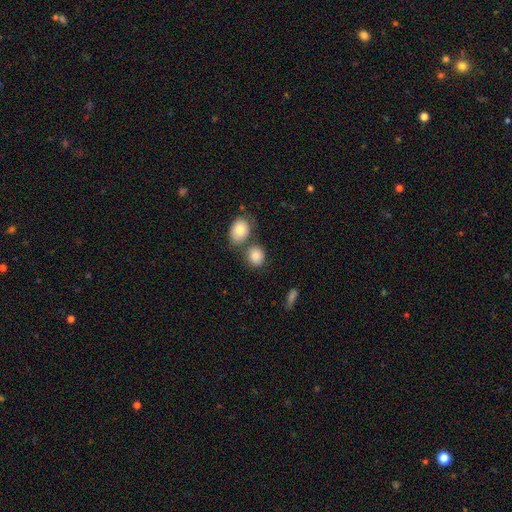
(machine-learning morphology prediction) Overall: smooth (85%). How rounded: round (63%; in between 36%). Merging: none (58%; merger 26%).